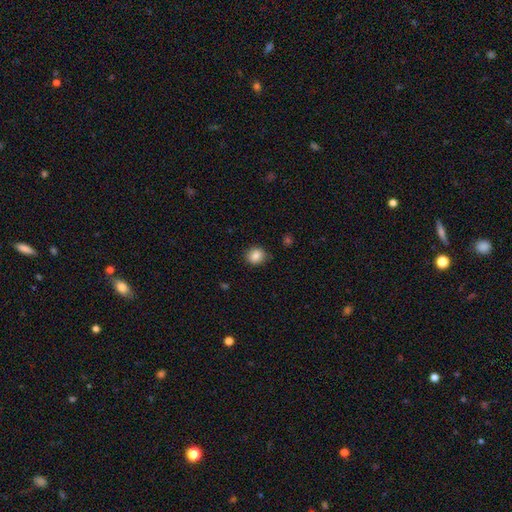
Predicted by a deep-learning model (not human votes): smooth 85%, star or artifact 10%, featured or disk 6%. Down the decision tree: how rounded — round (76%); merging — none (84%).